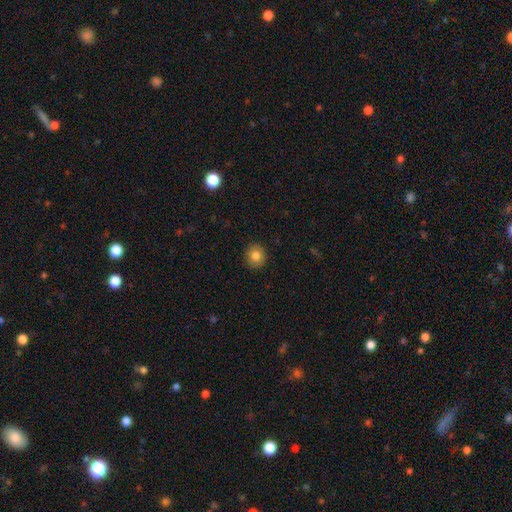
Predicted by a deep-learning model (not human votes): Smooth or featured: smooth — 81% (featured or disk — 10%)
How rounded: round — 86% (in between — 13%)
Merging: none — 90% (minor disturbance — 7%)